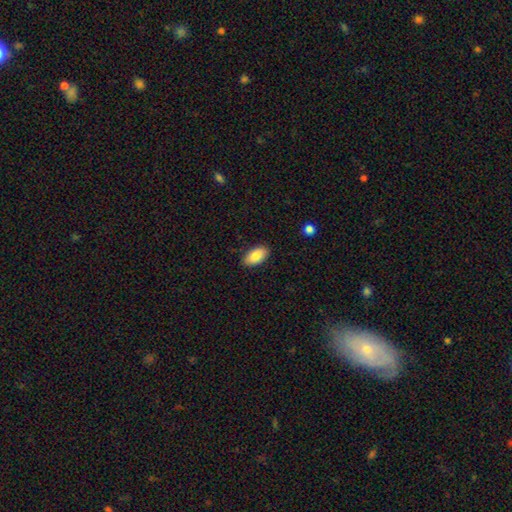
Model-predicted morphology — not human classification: Overall: smooth (86%). How rounded: in between (94%). Merging: none (88%).